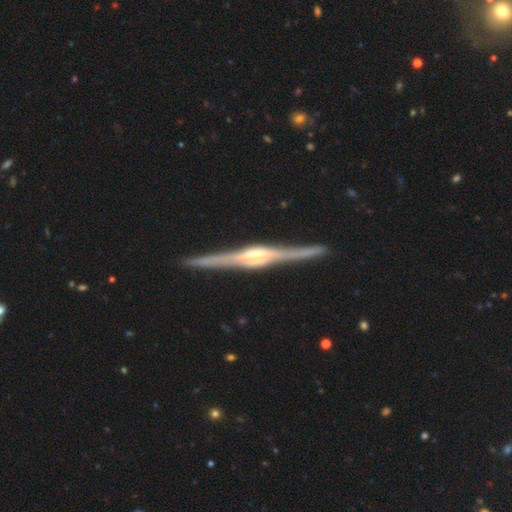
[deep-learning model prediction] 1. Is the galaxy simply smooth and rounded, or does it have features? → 89% featured or disk, 6% smooth, 5% star or artifact.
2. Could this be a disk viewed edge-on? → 98% yes, 2% no.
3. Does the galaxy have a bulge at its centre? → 59% rounded, 34% boxy, 6% none.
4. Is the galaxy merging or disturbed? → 89% none, 8% minor disturbance, 2% major disturbance, 1% merger.